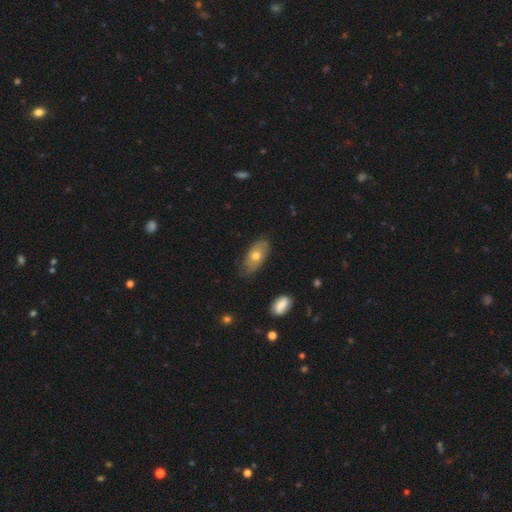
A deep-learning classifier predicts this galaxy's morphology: Q: Smooth or featured?
A: smooth (63%); runner-up: featured or disk (30%)
Q: How rounded?
A: in between (88%); runner-up: cigar-shaped (7%)
Q: Merging?
A: none (73%); runner-up: minor disturbance (21%)